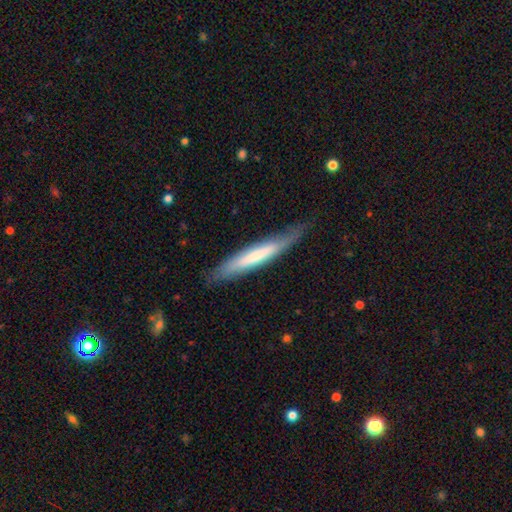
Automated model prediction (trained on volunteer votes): The model was most divided on "smooth or featured": smooth: 54%, featured or disk: 40%, star or artifact: 5%. More confident: how rounded — cigar-shaped (93%); merging — none (76%).